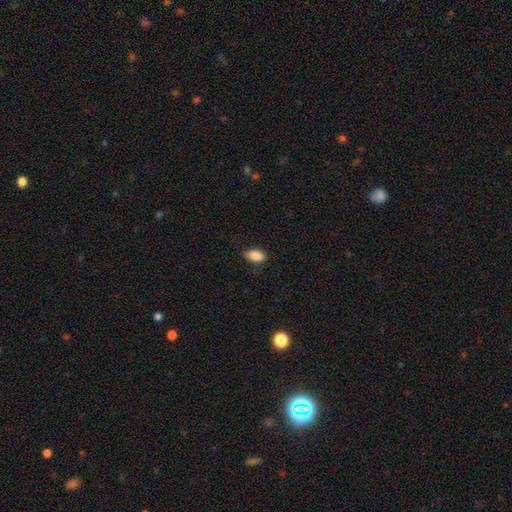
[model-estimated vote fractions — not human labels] This is clearly a smooth galaxy (89%). How rounded: clearly in between (91%). Merging: clearly none (84%).